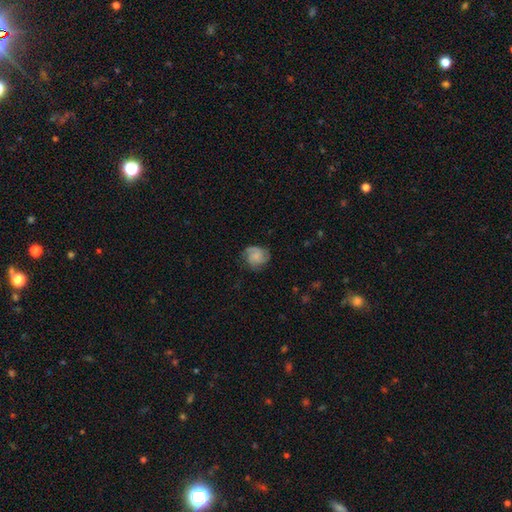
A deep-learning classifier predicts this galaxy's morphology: A featured or disk galaxy (67%) with no bar (73%), 3 (40%) tight (45%) spiral arms (95%) and a small central bulge (52%).

Vote fractions:
- Smooth or featured? featured or disk: 67% / smooth: 26% / star or artifact: 7%
- Edge-on disk? no: 98% / yes: 2%
- Bar? no: 73% / weak: 24% / strong: 3%
- Spiral arms? yes: 95% / no: 5%
- Spiral winding? tight: 45% / medium: 42% / loose: 13%
- Spiral arm count? 3: 40% / 2: 33% / can't tell: 13% / 4: 5% / 1: 5% / more than 4: 4%
- Bulge size? small: 52% / none: 24% / moderate: 20% / large: 3% / dominant: 1%
- Merging? none: 75% / minor disturbance: 17% / major disturbance: 7% / merger: 1%